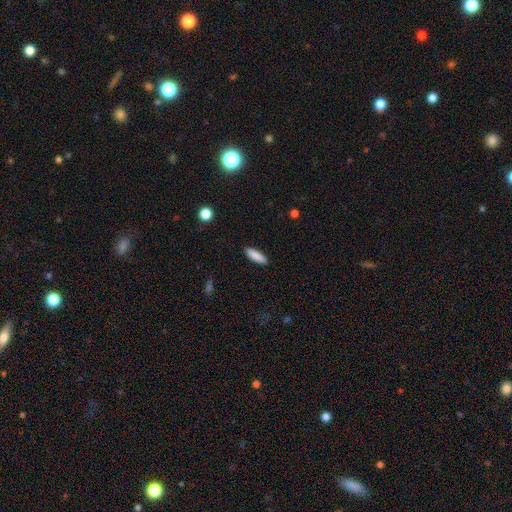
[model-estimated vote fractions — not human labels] Morphology: type=smooth (87%); roundness=cigar-shaped (61%); merging=none (90%).